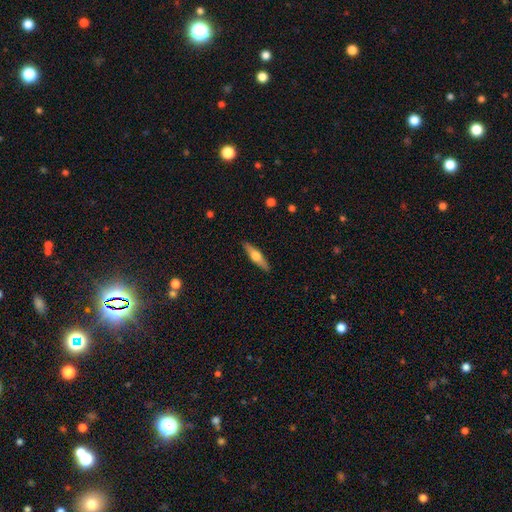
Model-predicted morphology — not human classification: Smooth or featured? Predicted: featured or disk (p=0.52). Edge-on disk? Predicted: yes (p=0.94). Merging? Predicted: none (p=0.90).